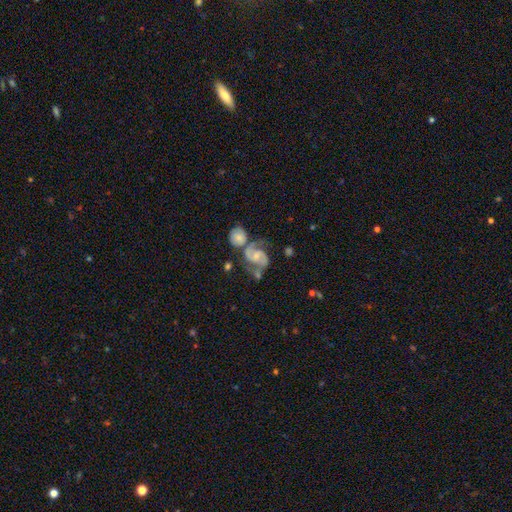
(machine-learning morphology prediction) A featured or disk galaxy (86%) with no bar (52%), 2 (89%) medium (56%) spiral arms (97%) and a small central bulge (49%).

Vote fractions:
- Smooth or featured? featured or disk: 86% / smooth: 8% / star or artifact: 6%
- Edge-on disk? no: 98% / yes: 2%
- Bar? no: 52% / weak: 38% / strong: 11%
- Spiral arms? yes: 97% / no: 3%
- Spiral winding? medium: 56% / tight: 24% / loose: 20%
- Spiral arm count? 2: 89% / can't tell: 4% / 3: 3% / 1: 2% / 4: 1% / more than 4: 1%
- Bulge size? small: 49% / moderate: 41% / none: 6% / large: 3% / dominant: 1%
- Merging? none: 37% / merger: 33% / minor disturbance: 17% / major disturbance: 13%